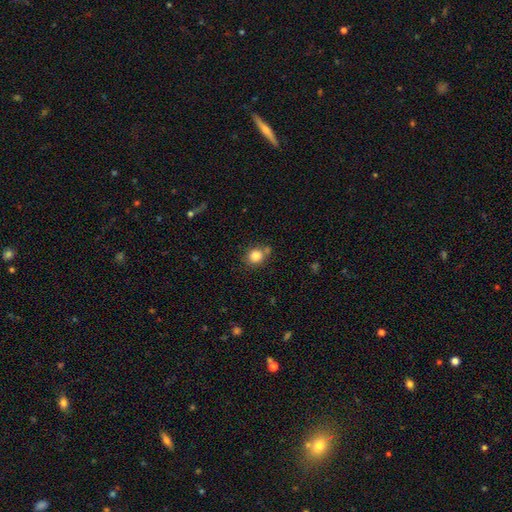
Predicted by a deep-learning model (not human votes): The model was most divided on "merging": none: 68%, minor disturbance: 15%, merger: 13%, major disturbance: 5%. More confident: smooth or featured — smooth (84%); how rounded — round (80%).